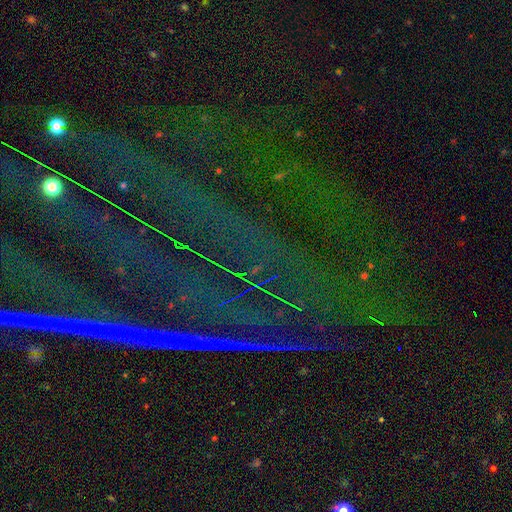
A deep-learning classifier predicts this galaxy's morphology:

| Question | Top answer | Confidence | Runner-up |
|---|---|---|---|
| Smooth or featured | star or artifact | 87% | featured or disk (7%) |